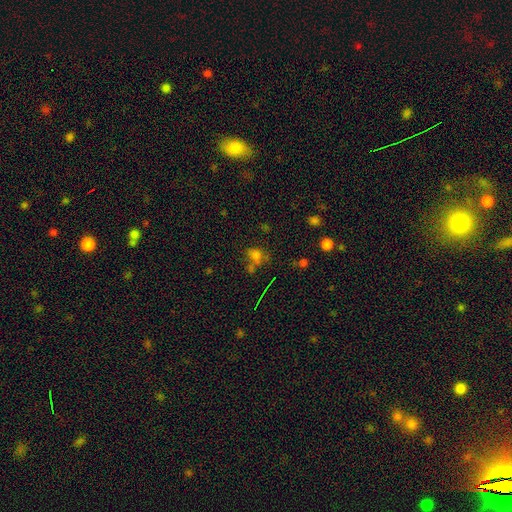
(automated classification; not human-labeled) A smooth galaxy with no disk features (63%) that is round (49%, tied with in between).

Vote fractions:
- Smooth or featured? smooth: 63% / star or artifact: 25% / featured or disk: 12%
- How rounded? round: 49% (tied) / in between: 49% (tied) / cigar-shaped: 2%
- Merging? none: 47% / merger: 25% / minor disturbance: 17% / major disturbance: 11%